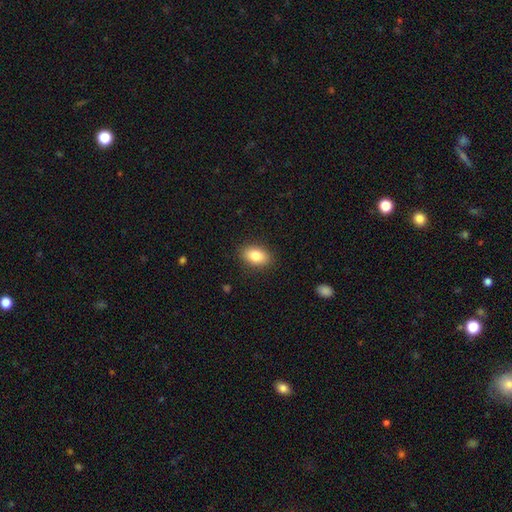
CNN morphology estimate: Overall: smooth (83%). How rounded: in between (86%). Merging: none (88%).